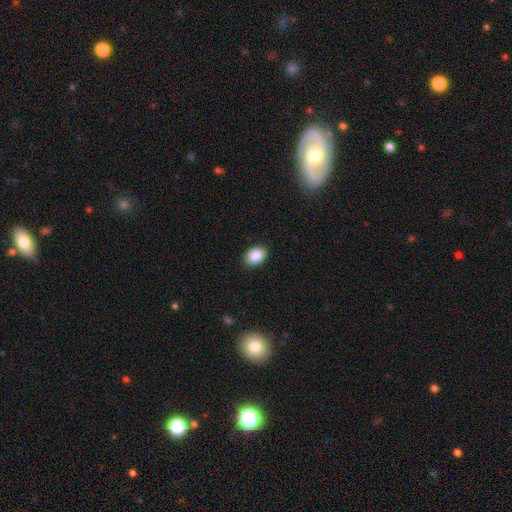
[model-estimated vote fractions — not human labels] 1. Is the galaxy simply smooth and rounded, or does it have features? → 90% smooth, 7% star or artifact, 3% featured or disk.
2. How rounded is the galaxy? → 73% in between, 26% round, 1% cigar-shaped.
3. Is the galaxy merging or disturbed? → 88% none, 9% minor disturbance, 2% major disturbance, 1% merger.